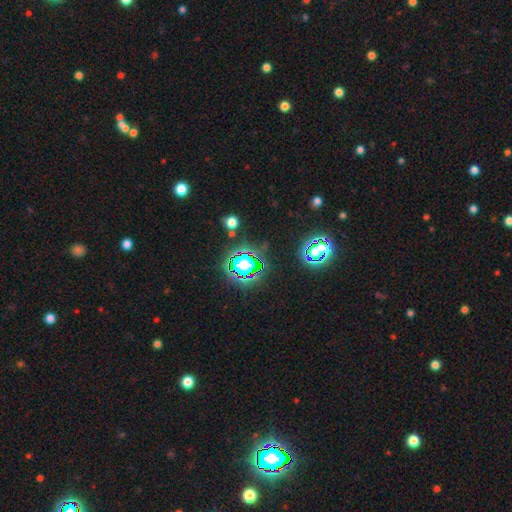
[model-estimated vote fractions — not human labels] Smooth or featured? Predicted: star or artifact (p=0.81).